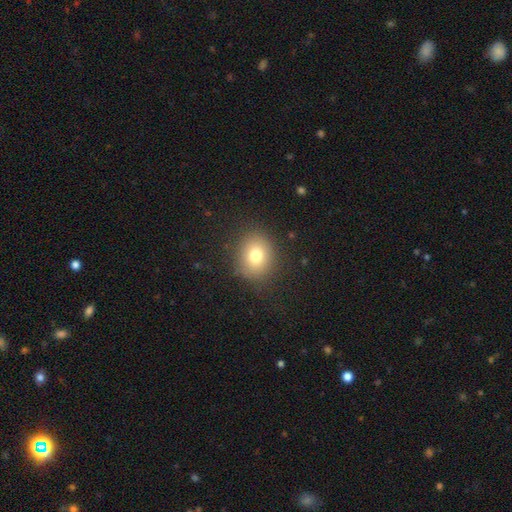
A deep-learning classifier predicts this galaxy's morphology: smooth-or-featured: smooth: 76% | star or artifact: 13% | featured or disk: 11%
  how-rounded: round: 65% | in between: 35% | cigar-shaped: 1%
  merging: none: 86% | minor disturbance: 9% | major disturbance: 4% | merger: 1%